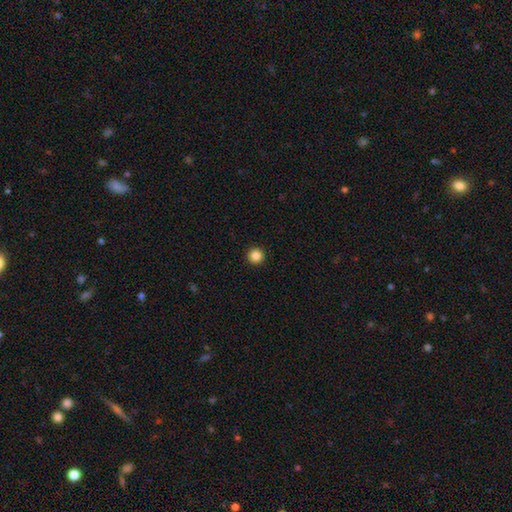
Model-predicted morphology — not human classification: Smooth or featured? Predicted: smooth (p=0.86). How rounded? Predicted: round (p=0.96). Merging? Predicted: none (p=0.94).